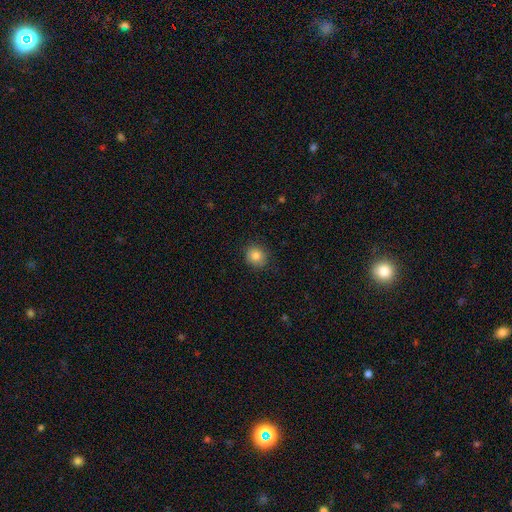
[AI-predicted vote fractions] Smooth or featured?
  - smooth: 83% *
  - star or artifact: 10%
  - featured or disk: 7%
How rounded?
  - round: 83% *
  - in between: 16%
  - cigar-shaped: 1%
Merging?
  - none: 88% *
  - minor disturbance: 9%
  - major disturbance: 2%
  - merger: 1%